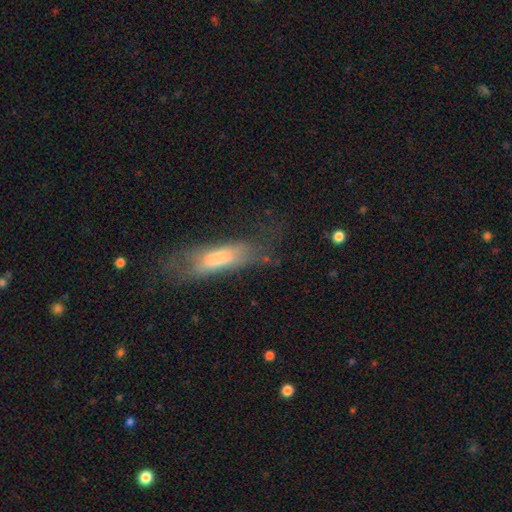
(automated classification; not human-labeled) Smooth or featured? Predicted: smooth (p=0.46). Merging? Predicted: none (p=0.56).